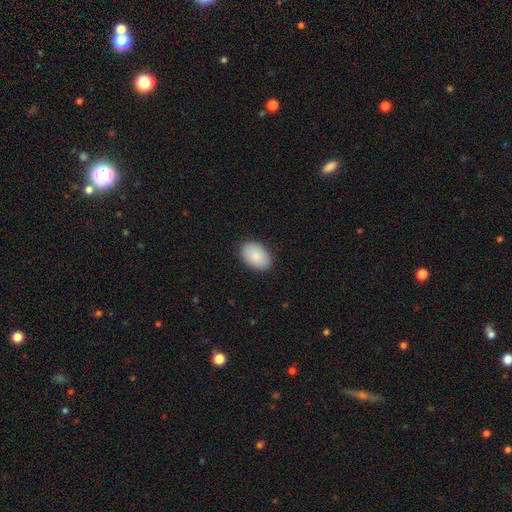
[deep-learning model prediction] smooth_or_featured: smooth (p=0.88) [alt: featured or disk p=0.06]
how_rounded: in between (p=0.89) [alt: round p=0.10]
merging: none (p=0.88) [alt: minor disturbance p=0.09]